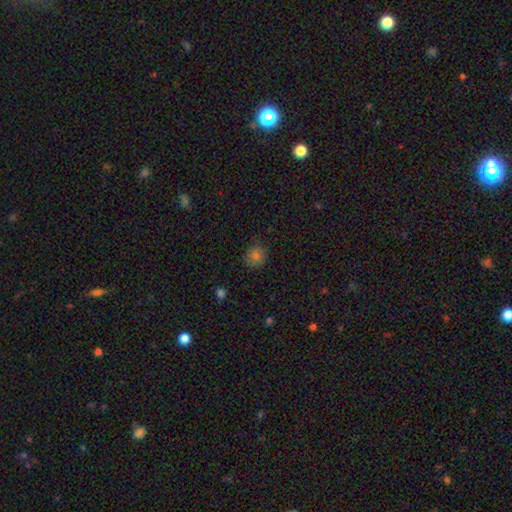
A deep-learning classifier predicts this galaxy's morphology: smooth 76%, star or artifact 17%, featured or disk 8%. Down the decision tree: how rounded — round (76%); merging — none (79%).